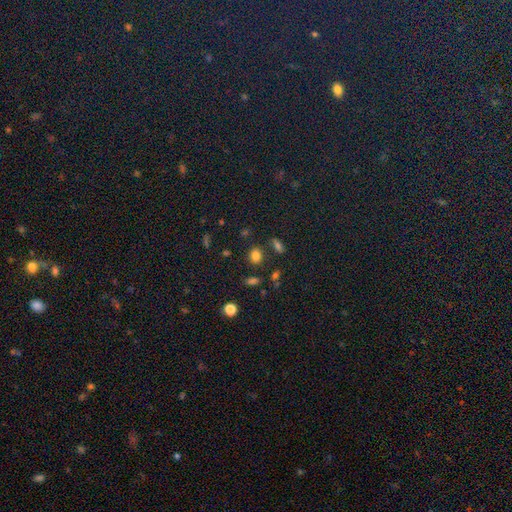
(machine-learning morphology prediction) This is likely a smooth galaxy (79%). How rounded: possibly round (50%). Merging: likely none (79%).